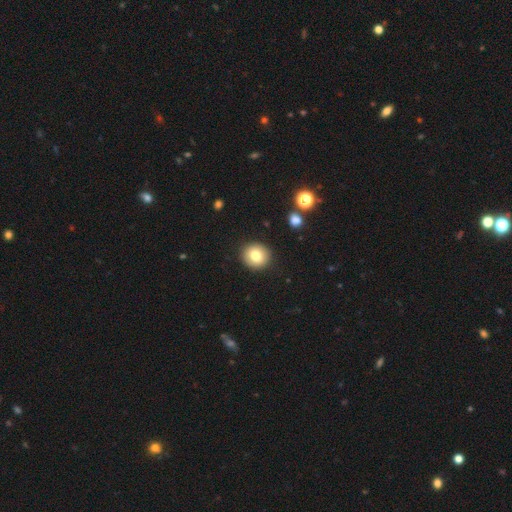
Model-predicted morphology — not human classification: Smooth or featured? smooth (79%)
How rounded? round (91%)
Merging? none (91%)